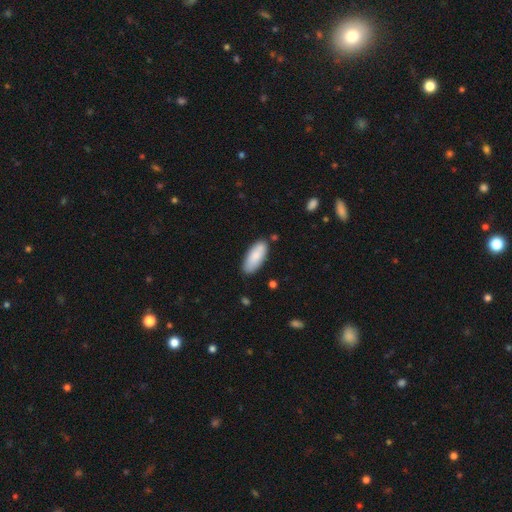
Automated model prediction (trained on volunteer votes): smooth 86%, featured or disk 8%, star or artifact 5%. Down the decision tree: how rounded — in between (80%); merging — none (83%).